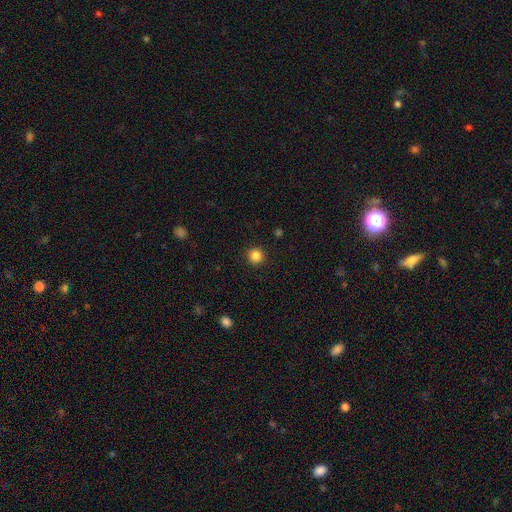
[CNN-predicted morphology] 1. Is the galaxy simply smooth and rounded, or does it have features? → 85% smooth, 11% star or artifact, 3% featured or disk.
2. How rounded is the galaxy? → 95% round, 4% in between, 1% cigar-shaped.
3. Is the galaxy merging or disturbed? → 92% none, 5% minor disturbance, 2% major disturbance, 1% merger.